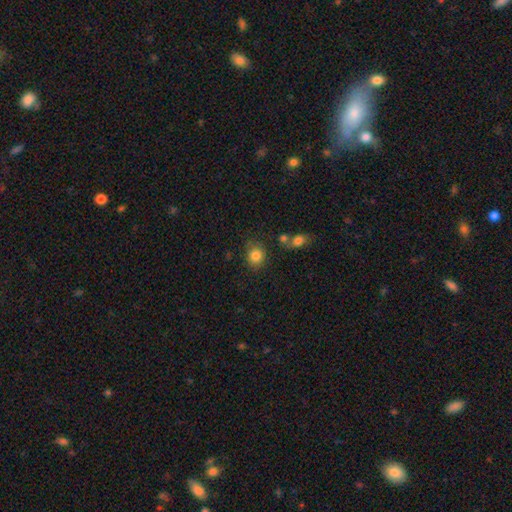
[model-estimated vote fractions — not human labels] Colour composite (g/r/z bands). It shows a smooth galaxy with no disk features (83%) that is round (74%). Merging: none (76%).